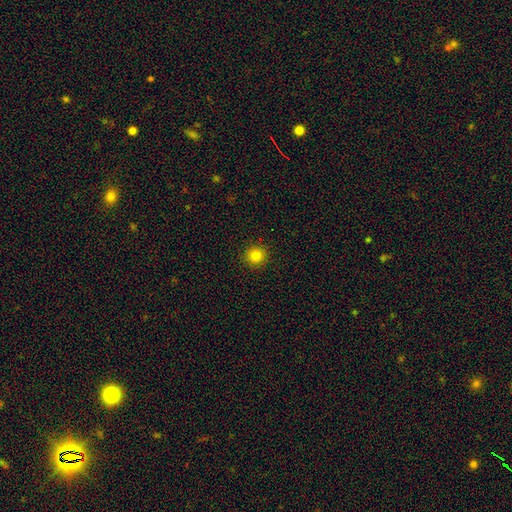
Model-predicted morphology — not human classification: Smooth or featured?
  - smooth: 82% *
  - star or artifact: 13%
  - featured or disk: 5%
How rounded?
  - round: 94% *
  - in between: 5%
  - cigar-shaped: 1%
Merging?
  - none: 93% *
  - minor disturbance: 5%
  - major disturbance: 2%
  - merger: 1%